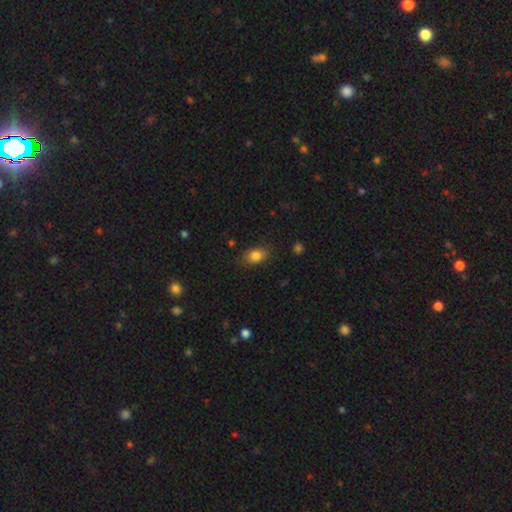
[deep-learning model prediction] smooth-or-featured: smooth: 84% | star or artifact: 10% | featured or disk: 7%
  how-rounded: in between: 79% | round: 19% | cigar-shaped: 2%
  merging: none: 81% | minor disturbance: 14% | major disturbance: 4% | merger: 1%